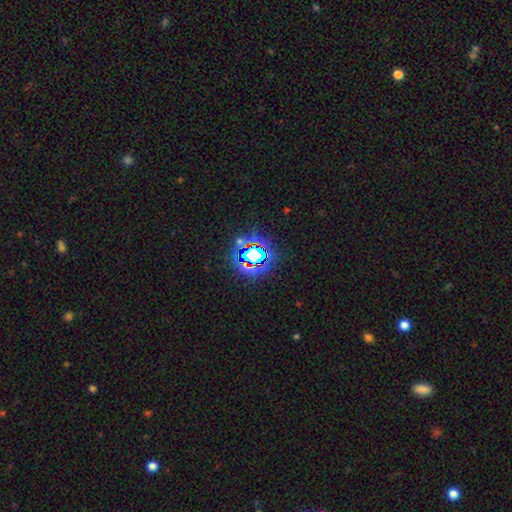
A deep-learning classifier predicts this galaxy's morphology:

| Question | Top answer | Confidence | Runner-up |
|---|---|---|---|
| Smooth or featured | star or artifact | 74% | smooth (15%) |